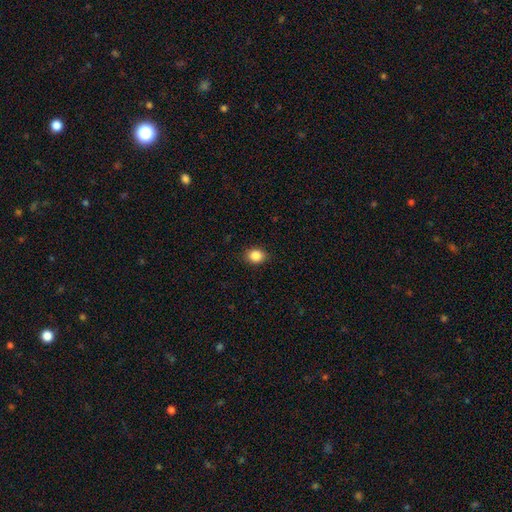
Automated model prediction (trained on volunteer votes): Smooth or featured? smooth (86%)
How rounded? round (56%)
Merging? none (88%)